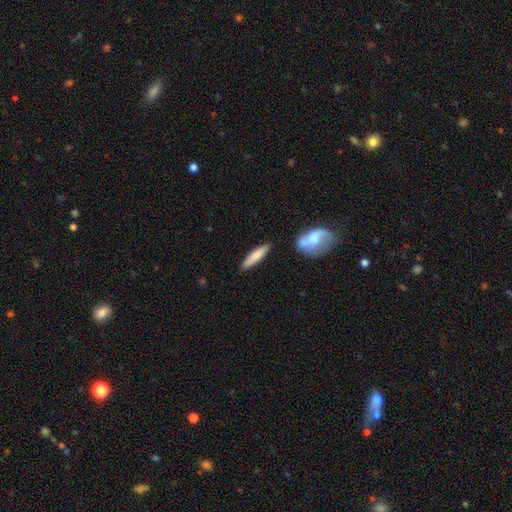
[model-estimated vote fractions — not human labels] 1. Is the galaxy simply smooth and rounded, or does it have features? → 77% smooth, 17% featured or disk, 6% star or artifact.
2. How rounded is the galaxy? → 81% cigar-shaped, 18% in between, 2% round.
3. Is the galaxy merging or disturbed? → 82% none, 11% minor disturbance, 5% merger, 2% major disturbance.